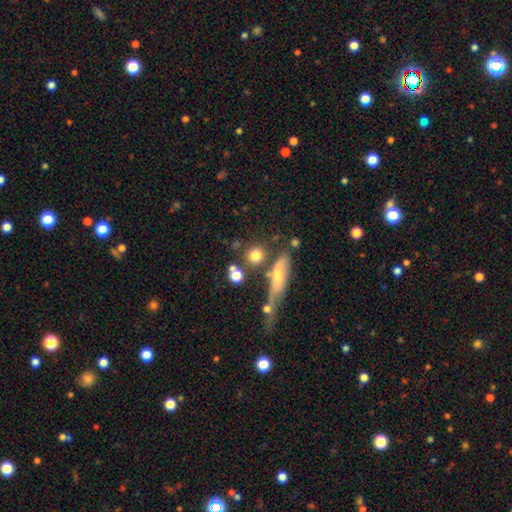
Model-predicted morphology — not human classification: smooth-or-featured: smooth: 76% | featured or disk: 13% | star or artifact: 11%
  how-rounded: round: 73% | in between: 17% | cigar-shaped: 9%
  merging: none: 64% | merger: 19% | minor disturbance: 11% | major disturbance: 6%